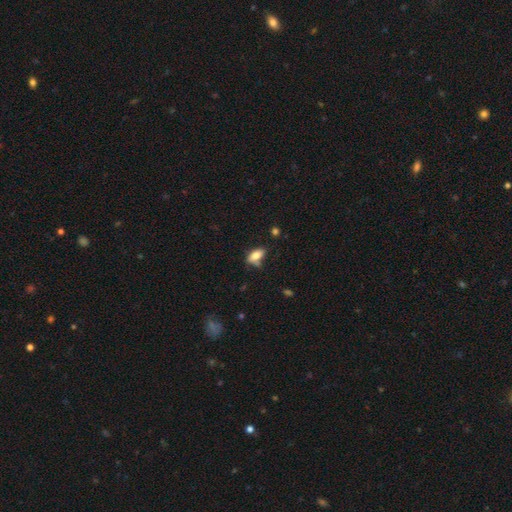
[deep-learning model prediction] Smooth or featured: smooth — 78% (featured or disk — 14%)
How rounded: in between — 87% (cigar-shaped — 8%)
Merging: none — 54% (minor disturbance — 28%)